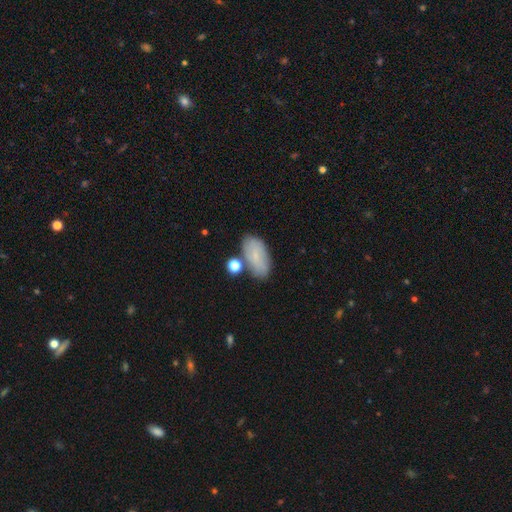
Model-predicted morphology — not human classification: Smooth or featured? smooth (71%)
How rounded? in between (92%)
Merging? none (66%)